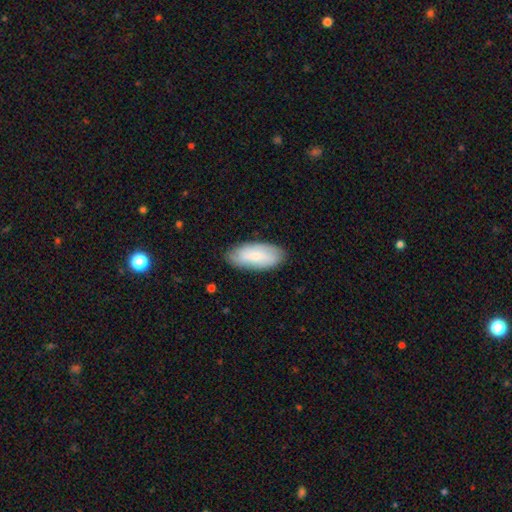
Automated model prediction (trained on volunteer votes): This appears to be a smooth galaxy with no disk features (69%) that is in between round and cigar-shaped (87%). Merging: none (83%).